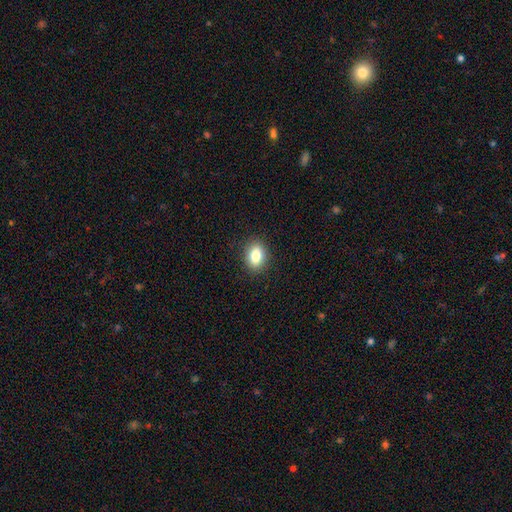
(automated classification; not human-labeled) smooth-or-featured: smooth: 83% | star or artifact: 9% | featured or disk: 8%
  how-rounded: in between: 74% | round: 24% | cigar-shaped: 2%
  merging: none: 89% | minor disturbance: 8% | major disturbance: 2% | merger: 1%